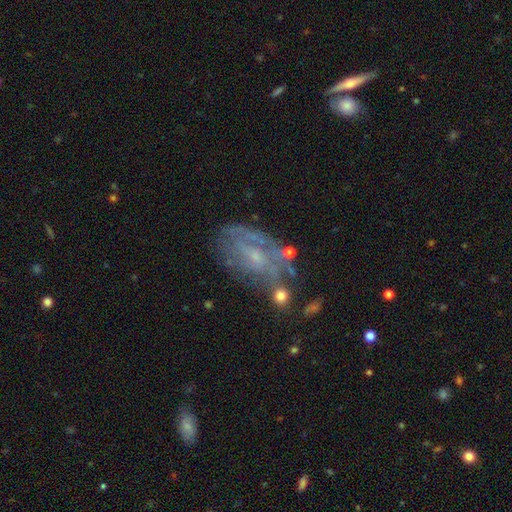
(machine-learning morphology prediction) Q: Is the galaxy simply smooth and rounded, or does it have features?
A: featured or disk — 67%.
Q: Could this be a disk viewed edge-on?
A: no — 94%.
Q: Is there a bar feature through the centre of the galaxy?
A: no — 56%.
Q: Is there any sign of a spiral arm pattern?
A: yes — 63%.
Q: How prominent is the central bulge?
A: small — 62%.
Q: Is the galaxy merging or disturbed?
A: none — 51%.